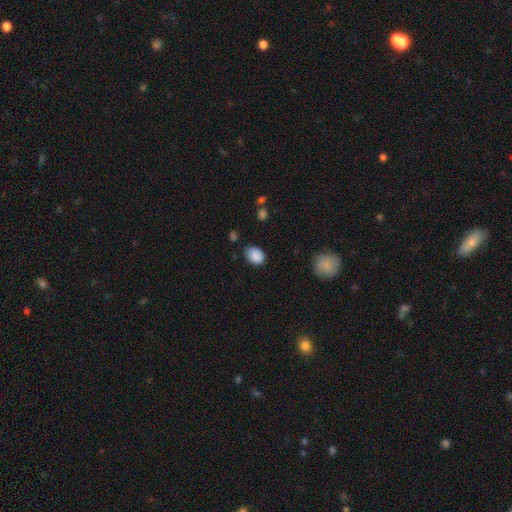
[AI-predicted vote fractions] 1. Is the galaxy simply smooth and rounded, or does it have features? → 88% smooth, 8% star or artifact, 4% featured or disk.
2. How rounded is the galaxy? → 66% in between, 33% round, 1% cigar-shaped.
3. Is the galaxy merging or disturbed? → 75% none, 19% minor disturbance, 4% major disturbance, 2% merger.